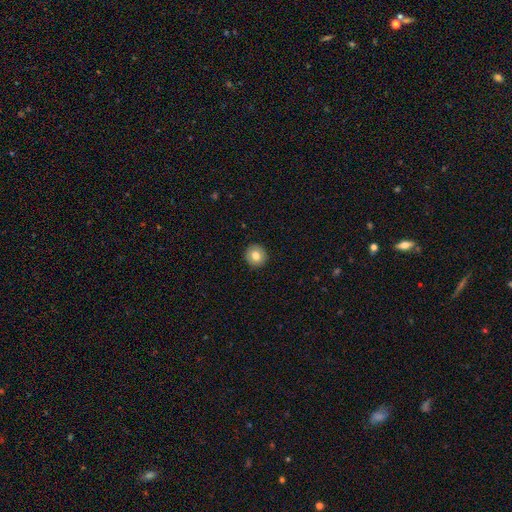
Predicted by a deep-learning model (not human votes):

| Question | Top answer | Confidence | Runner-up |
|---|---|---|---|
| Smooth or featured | smooth | 77% | featured or disk (14%) |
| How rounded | round | 92% | in between (7%) |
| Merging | none | 91% | minor disturbance (6%) |